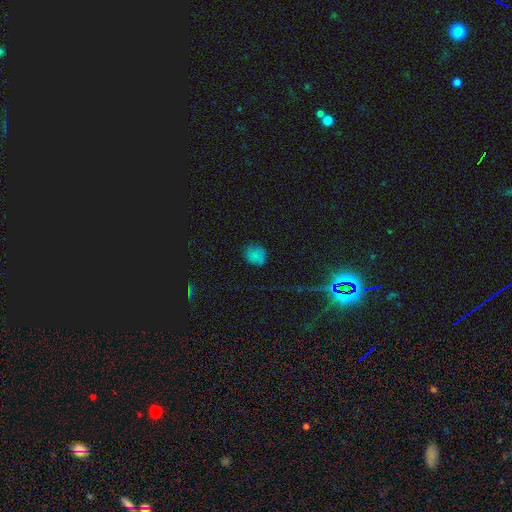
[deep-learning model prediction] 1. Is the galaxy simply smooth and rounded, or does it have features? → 74% smooth, 18% star or artifact, 8% featured or disk.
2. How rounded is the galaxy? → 79% round, 20% in between, 1% cigar-shaped.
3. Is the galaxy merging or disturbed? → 75% none, 18% minor disturbance, 6% major disturbance, 2% merger.